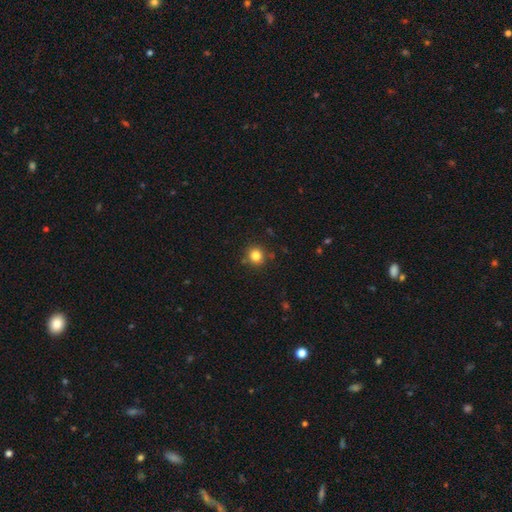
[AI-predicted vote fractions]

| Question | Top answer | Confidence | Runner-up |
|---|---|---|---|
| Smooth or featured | smooth | 81% | star or artifact (13%) |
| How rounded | round | 88% | in between (11%) |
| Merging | none | 85% | minor disturbance (9%) |